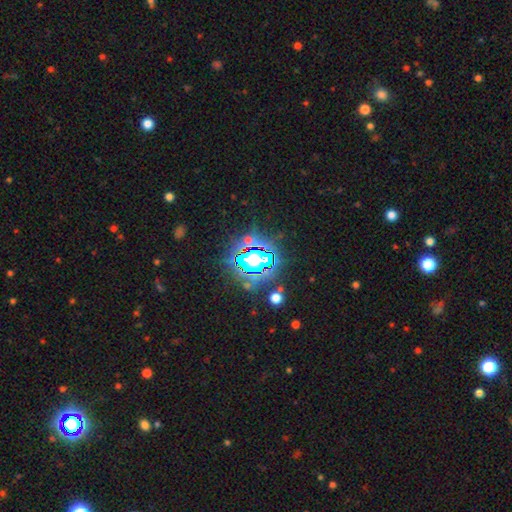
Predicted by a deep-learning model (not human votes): star or artifact 75%, smooth 14%, featured or disk 10%.